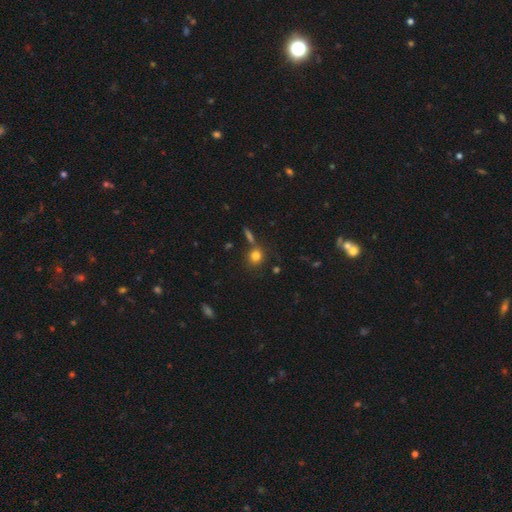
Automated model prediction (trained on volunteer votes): Q: Smooth or featured?
A: smooth (79%); runner-up: star or artifact (13%)
Q: How rounded?
A: round (76%); runner-up: in between (22%)
Q: Merging?
A: none (71%); runner-up: merger (13%)